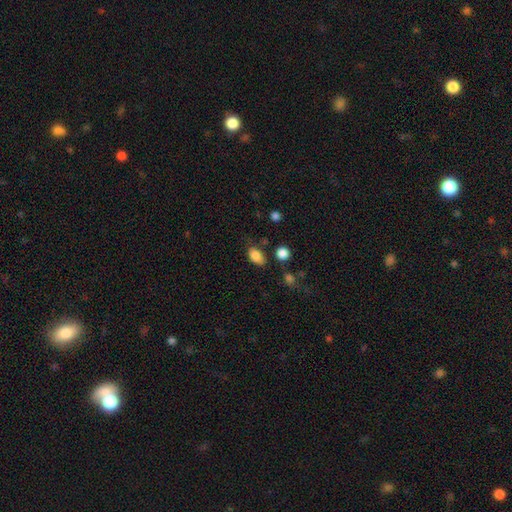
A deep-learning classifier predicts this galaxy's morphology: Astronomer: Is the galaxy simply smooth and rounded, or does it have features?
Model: smooth — 85%.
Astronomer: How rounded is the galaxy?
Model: in between — 87%.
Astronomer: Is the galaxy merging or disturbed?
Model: none — 70%.